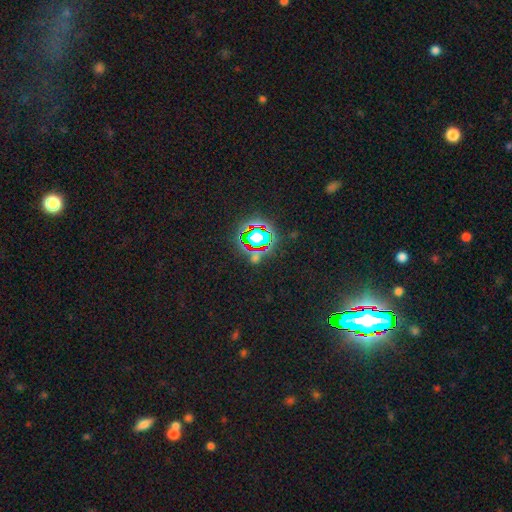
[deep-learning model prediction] Smooth or featured? star or artifact (76%)